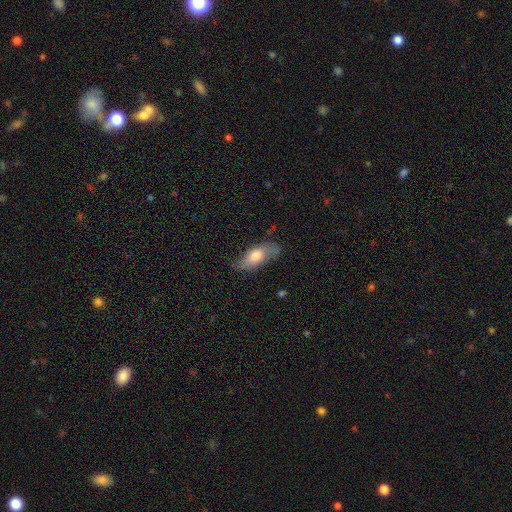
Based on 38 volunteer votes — Morphology: type=smooth (47%); roundness=in between (72%); merging=none (66%).